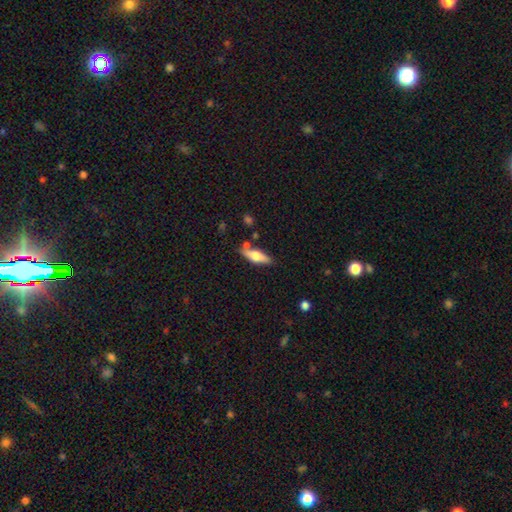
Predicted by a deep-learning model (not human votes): The model was most divided on "how rounded": cigar-shaped: 51%, in between: 46%, round: 3%. More confident: merging — none (77%); smooth or featured — smooth (54%).